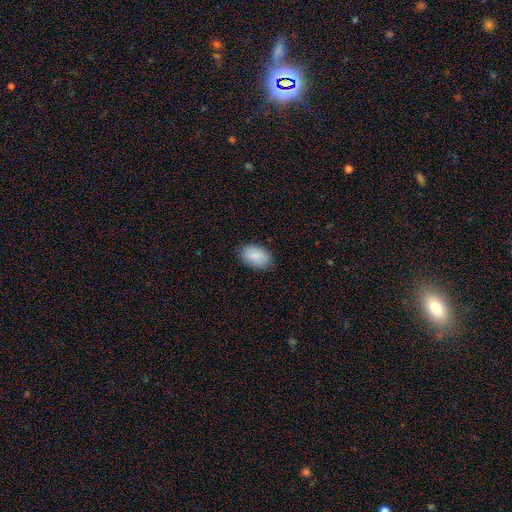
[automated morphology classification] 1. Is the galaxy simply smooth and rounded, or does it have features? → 87% smooth, 7% featured or disk, 6% star or artifact.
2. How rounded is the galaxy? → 90% in between, 9% round, 1% cigar-shaped.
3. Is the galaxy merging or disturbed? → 84% none, 13% minor disturbance, 3% major disturbance, 1% merger.